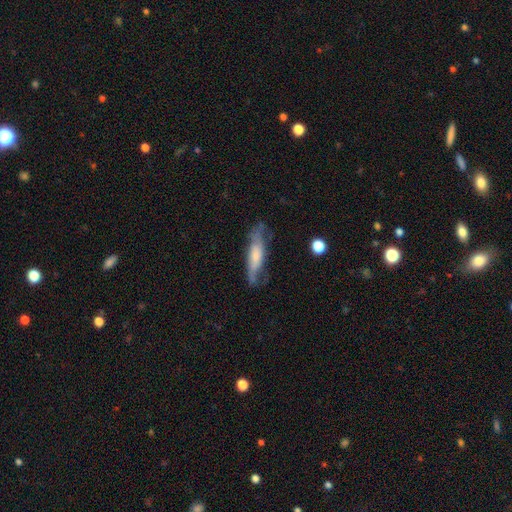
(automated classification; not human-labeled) Smooth or featured?
  - featured or disk: 47% * (tied)
  - smooth: 47% * (tied)
  - star or artifact: 7%
Merging?
  - none: 56% *
  - minor disturbance: 27%
  - major disturbance: 14%
  - merger: 3%